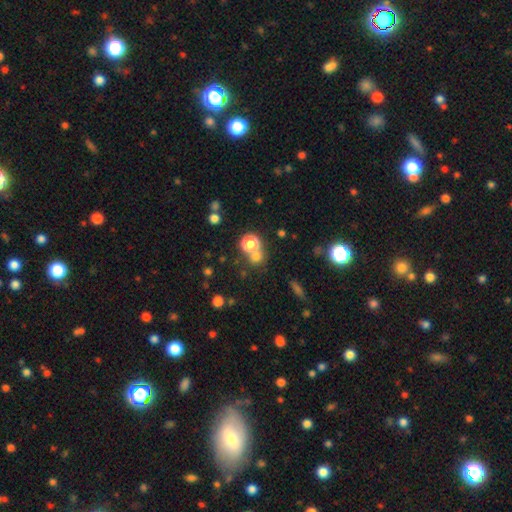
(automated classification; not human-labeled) The model was most divided on "merging": none: 59%, merger: 29%, minor disturbance: 8%, major disturbance: 4%. More confident: how rounded — round (85%); smooth or featured — smooth (69%).